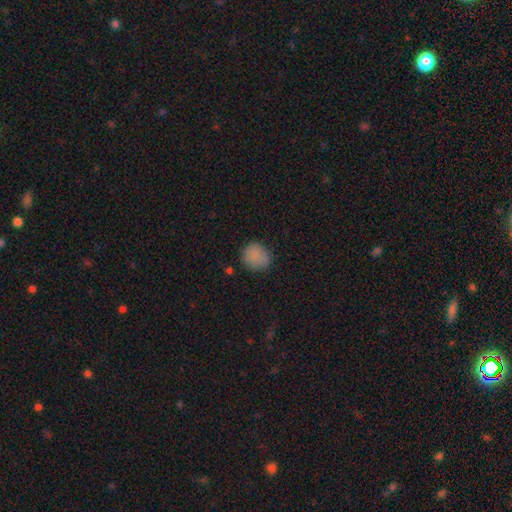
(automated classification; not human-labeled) Smooth or featured: smooth — 84% (star or artifact — 10%)
How rounded: round — 81% (in between — 18%)
Merging: none — 77% (minor disturbance — 17%)